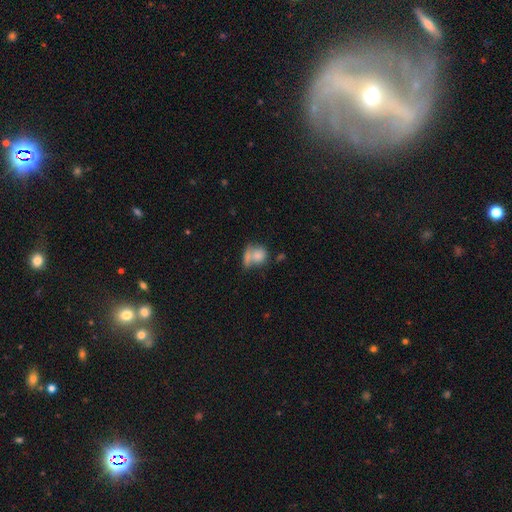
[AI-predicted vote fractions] smooth 77%, featured or disk 15%, star or artifact 9%. Down the decision tree: how rounded — round (67%); merging — merger (45%).